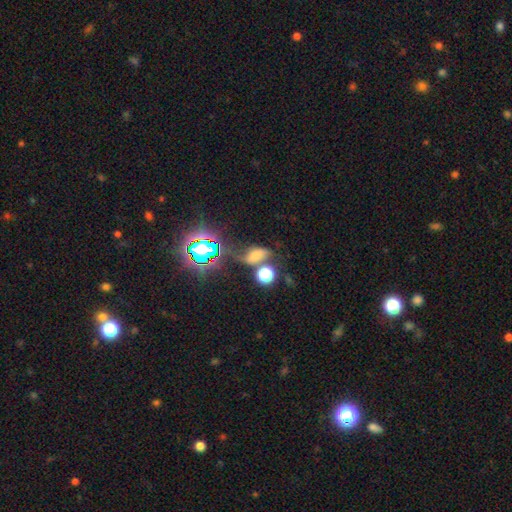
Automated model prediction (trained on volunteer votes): Smooth or featured: smooth — 46% (star or artifact — 29%)
Merging: none — 38% (merger — 24%)